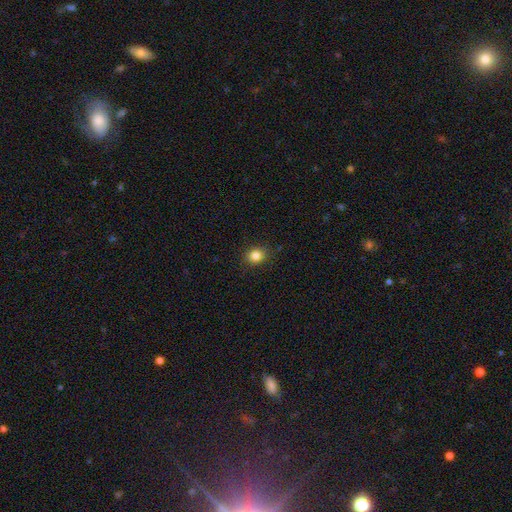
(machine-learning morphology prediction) The model was most divided on "how rounded": round: 74%, in between: 25%, cigar-shaped: 1%. More confident: merging — none (87%); smooth or featured — smooth (84%).